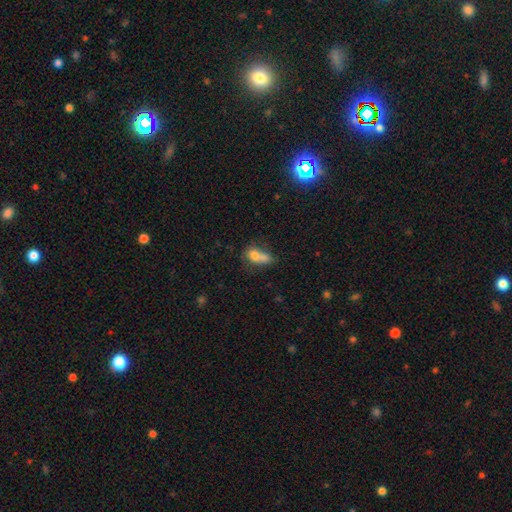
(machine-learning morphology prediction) The model was most divided on "merging": merger: 54%, none: 24%, minor disturbance: 13%, major disturbance: 9%. More confident: smooth or featured — smooth (71%); how rounded — in between (67%).